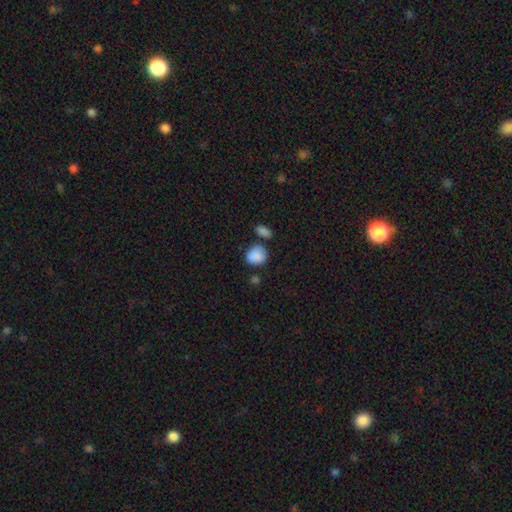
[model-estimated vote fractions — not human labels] Smooth or featured? Predicted: smooth (p=0.88). How rounded? Predicted: round (p=0.62). Merging? Predicted: none (p=0.65).